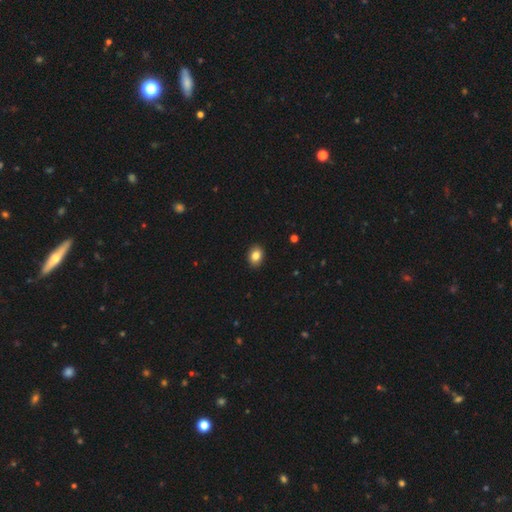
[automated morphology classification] This appears to be a smooth galaxy with no disk features (84%) that is in between round and cigar-shaped (64%). Merging: none (90%).